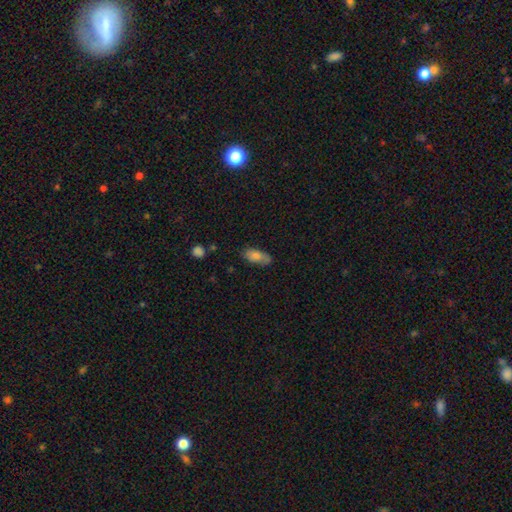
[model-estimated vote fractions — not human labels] This appears to be a smooth galaxy with no disk features (78%) that is in between round and cigar-shaped (85%). Merging: none (73%).